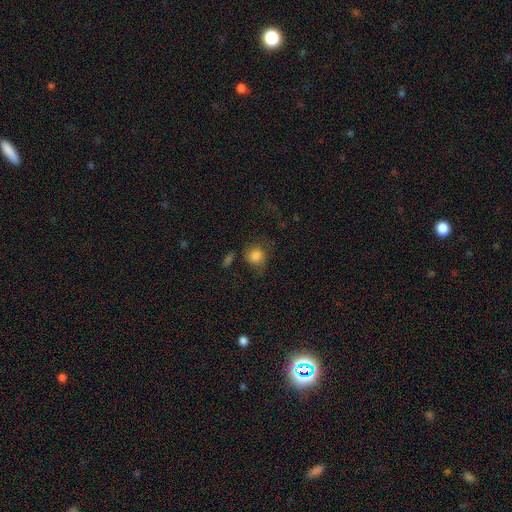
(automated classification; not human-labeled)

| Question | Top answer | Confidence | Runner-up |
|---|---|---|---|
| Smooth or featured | smooth | 82% | star or artifact (10%) |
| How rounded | round | 75% | in between (23%) |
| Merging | none | 58% | minor disturbance (22%) |